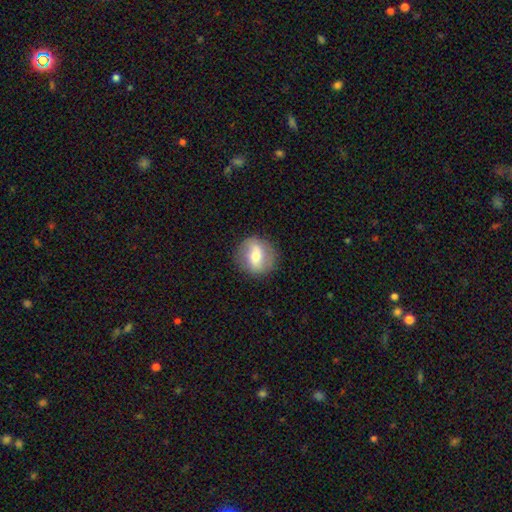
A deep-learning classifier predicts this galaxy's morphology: Smooth or featured?
  - featured or disk: 49% *
  - smooth: 43%
  - star or artifact: 8%
Merging?
  - none: 86% *
  - minor disturbance: 10%
  - major disturbance: 3%
  - merger: 1%